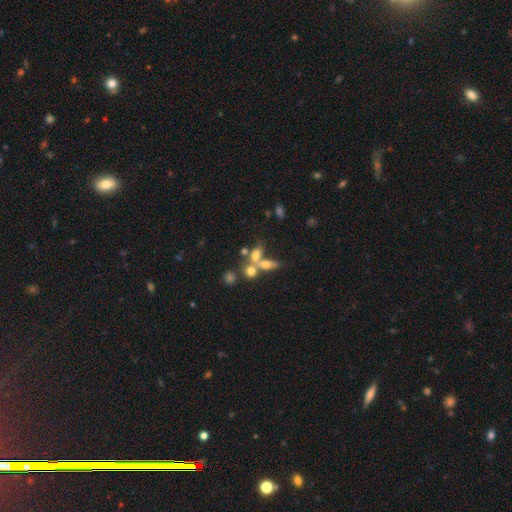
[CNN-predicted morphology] The model was most divided on "merging": merger: 51%, none: 31%, minor disturbance: 10%, major disturbance: 8%. More confident: how rounded — in between (60%); smooth or featured — smooth (58%).